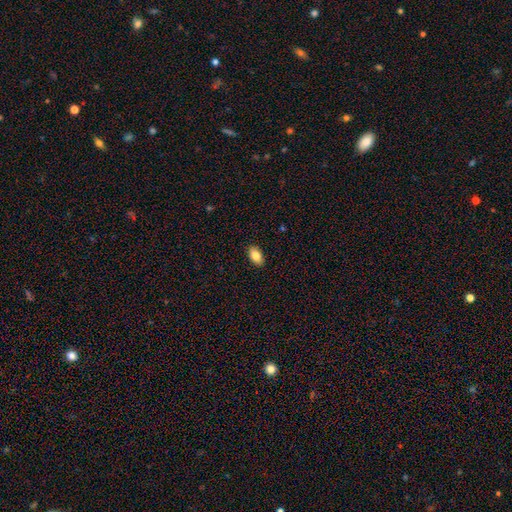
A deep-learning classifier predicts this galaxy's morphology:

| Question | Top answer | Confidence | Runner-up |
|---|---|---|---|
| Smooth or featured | smooth | 82% | featured or disk (10%) |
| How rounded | in between | 93% | round (5%) |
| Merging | none | 90% | minor disturbance (8%) |